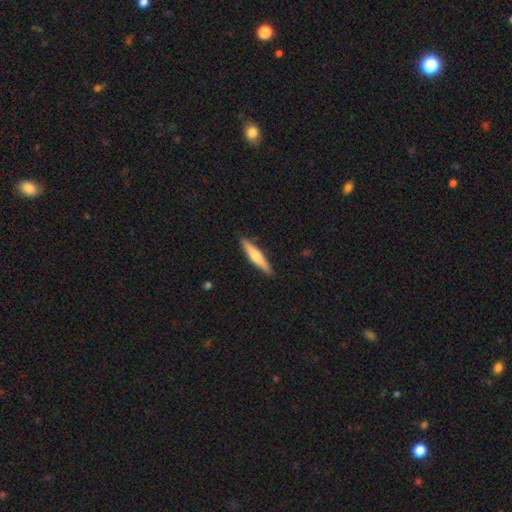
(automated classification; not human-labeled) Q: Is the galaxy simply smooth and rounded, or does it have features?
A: smooth — 50%.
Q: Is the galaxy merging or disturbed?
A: none — 91%.